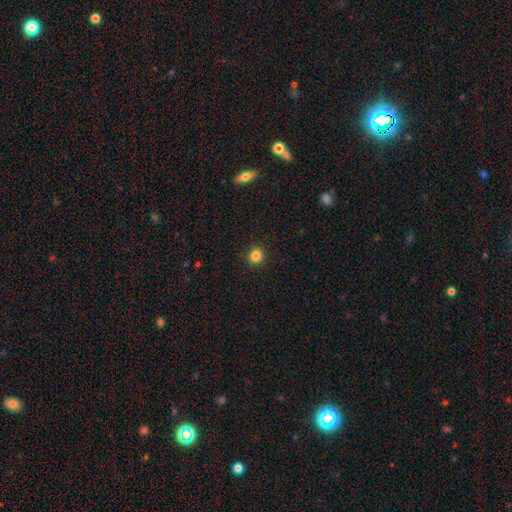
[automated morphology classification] Q: Smooth or featured?
A: smooth (84%); runner-up: star or artifact (12%)
Q: How rounded?
A: round (91%); runner-up: in between (8%)
Q: Merging?
A: none (92%); runner-up: minor disturbance (5%)